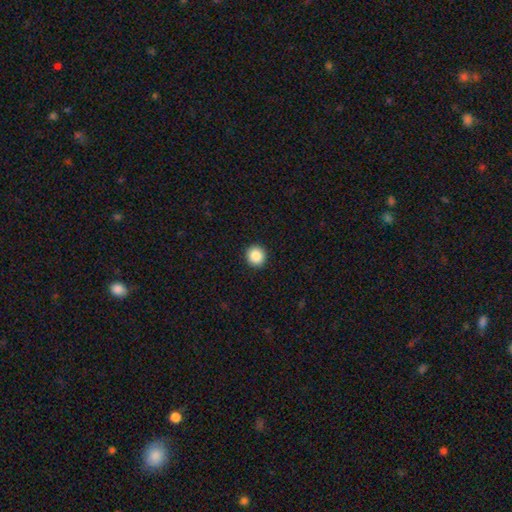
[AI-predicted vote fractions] This appears to be a smooth galaxy with no disk features (87%) that is round (94%). Merging: none (93%).